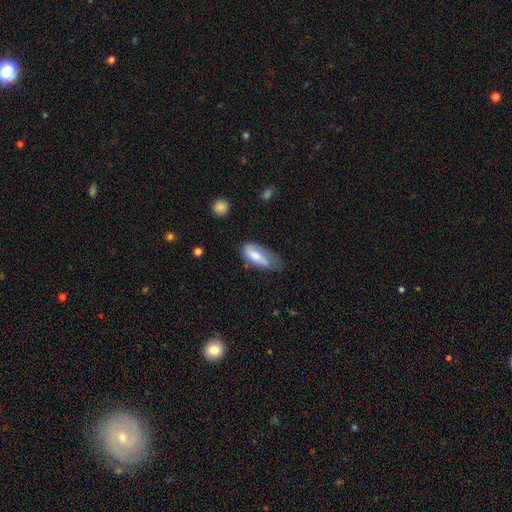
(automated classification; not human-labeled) This appears to be a smooth galaxy with no disk features (64%) that is in between round and cigar-shaped (81%). Merging: none (43%).